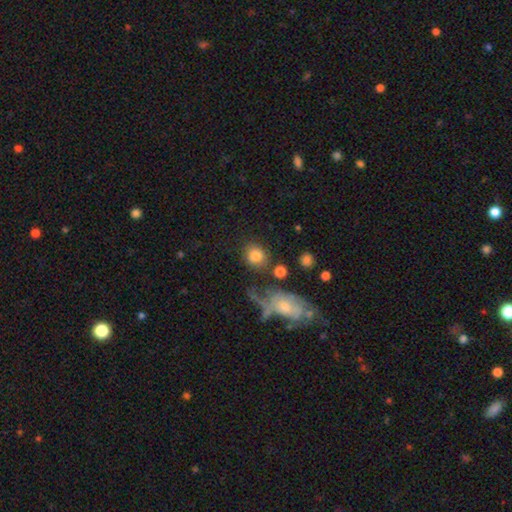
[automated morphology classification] This is likely a smooth galaxy (79%). How rounded: likely round (63%). Merging: likely none (63%).